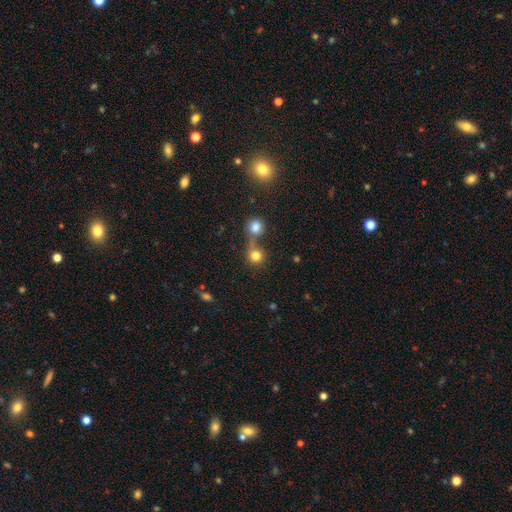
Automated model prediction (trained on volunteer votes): A smooth galaxy with no disk features (80%) that is round (89%).

Vote fractions:
- Smooth or featured? smooth: 80% / star or artifact: 12% / featured or disk: 8%
- How rounded? round: 89% / in between: 10% / cigar-shaped: 1%
- Merging? none: 47% / merger: 40% / minor disturbance: 8% / major disturbance: 5%